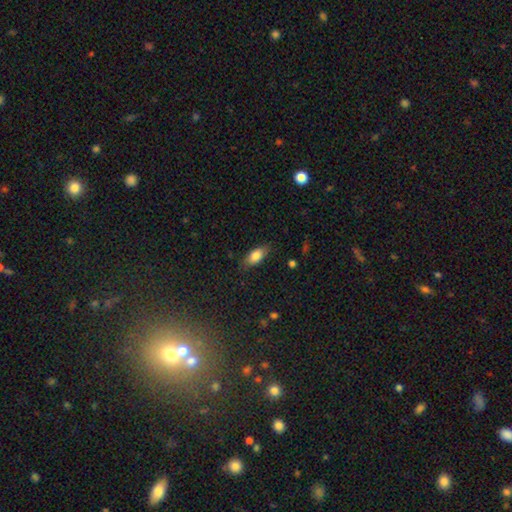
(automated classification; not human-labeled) A smooth galaxy with no disk features (82%) that is in between round and cigar-shaped (84%). Merging: none (81%).